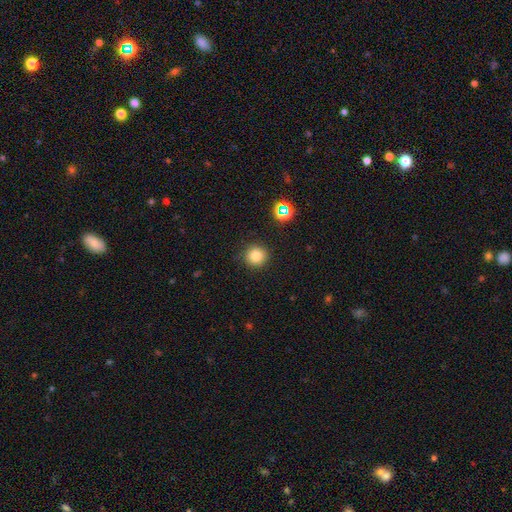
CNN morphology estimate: Smooth or featured: smooth — 79% (star or artifact — 14%)
How rounded: round — 94% (in between — 5%)
Merging: none — 89% (minor disturbance — 7%)